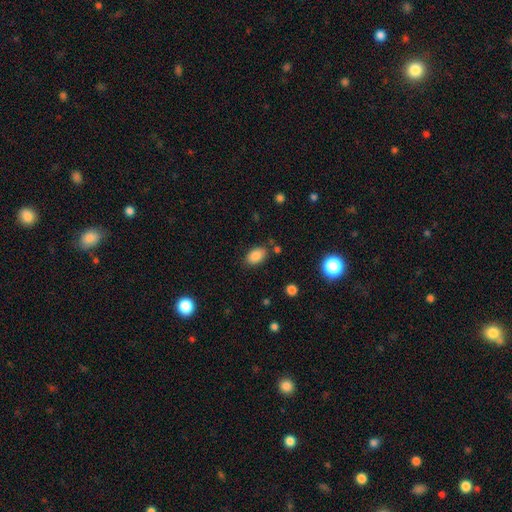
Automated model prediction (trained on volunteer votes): A smooth galaxy with no disk features (86%) that is in between round and cigar-shaped (88%). Merging: none (80%).